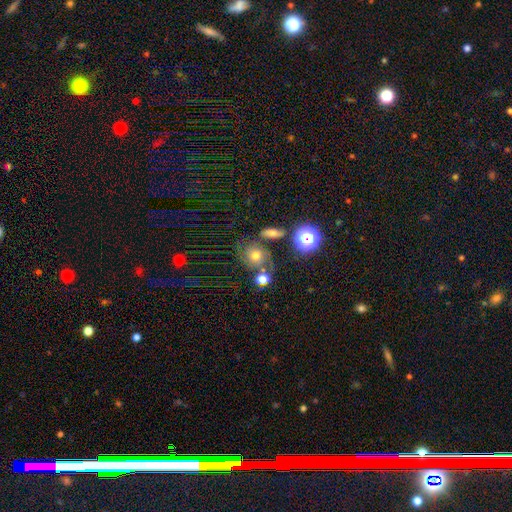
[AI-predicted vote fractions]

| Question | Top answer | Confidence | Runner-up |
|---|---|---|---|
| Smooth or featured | smooth | 57% | featured or disk (24%) |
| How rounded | round | 67% | in between (31%) |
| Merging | none | 56% | merger (18%) |